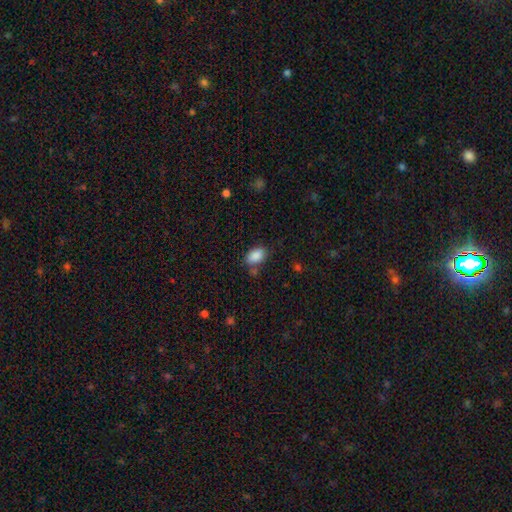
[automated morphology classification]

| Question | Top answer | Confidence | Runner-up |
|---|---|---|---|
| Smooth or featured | smooth | 88% | star or artifact (8%) |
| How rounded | in between | 89% | round (10%) |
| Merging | none | 71% | minor disturbance (16%) |